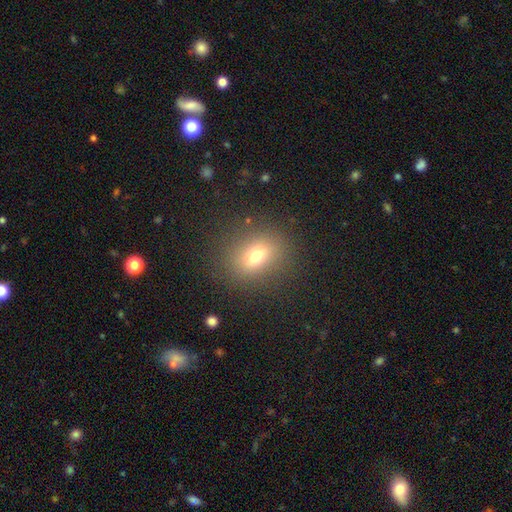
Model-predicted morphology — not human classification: Smooth or featured?
  - smooth: 67% *
  - featured or disk: 17%
  - star or artifact: 16%
How rounded?
  - in between: 50% *
  - round: 47%
  - cigar-shaped: 3%
Merging?
  - none: 84% *
  - minor disturbance: 9%
  - major disturbance: 5%
  - merger: 1%